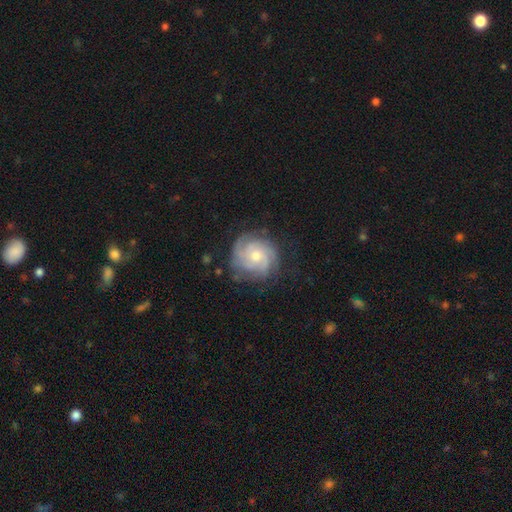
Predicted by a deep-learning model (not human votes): Overall: featured or disk (80%). Edge-on disk: no (98%). Bar: no (74%). Spiral arms: yes (95%). Spiral arm count: 3 (30%; can't tell 26%). Spiral winding: tight (62%; medium 30%). Bulge size: moderate (56%; small 38%). Merging: none (76%).